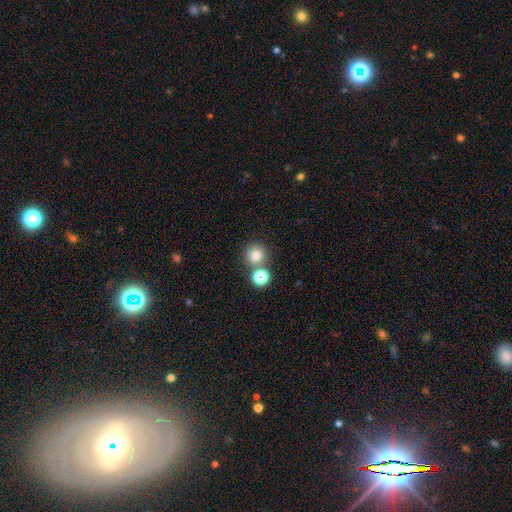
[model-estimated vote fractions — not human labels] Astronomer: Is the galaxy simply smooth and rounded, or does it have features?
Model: smooth — 78%.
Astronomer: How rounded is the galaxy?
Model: round — 92%.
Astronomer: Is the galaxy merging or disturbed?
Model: none — 69%.